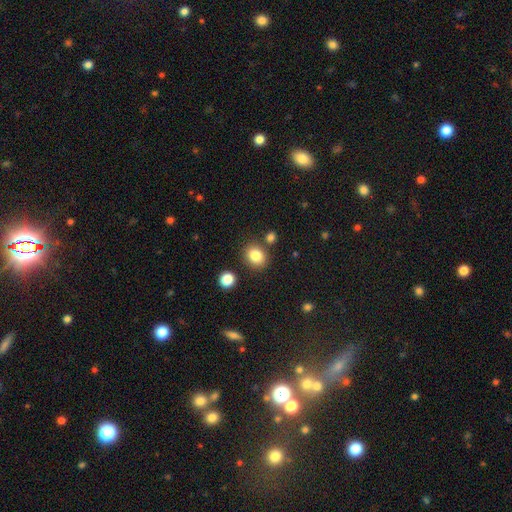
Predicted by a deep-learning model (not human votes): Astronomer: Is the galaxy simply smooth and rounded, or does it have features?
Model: smooth — 84%.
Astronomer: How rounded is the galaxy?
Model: round — 61% (runner-up: in between, 38%).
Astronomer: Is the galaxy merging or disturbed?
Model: none — 80%.